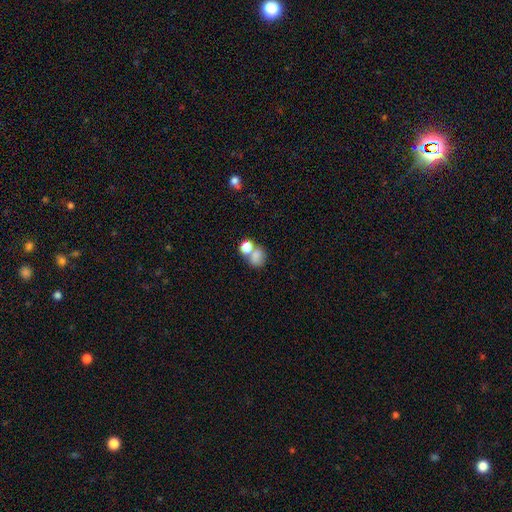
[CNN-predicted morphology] smooth 76%, star or artifact 13%, featured or disk 11%. Down the decision tree: how rounded — round (54%); merging — merger (42%).